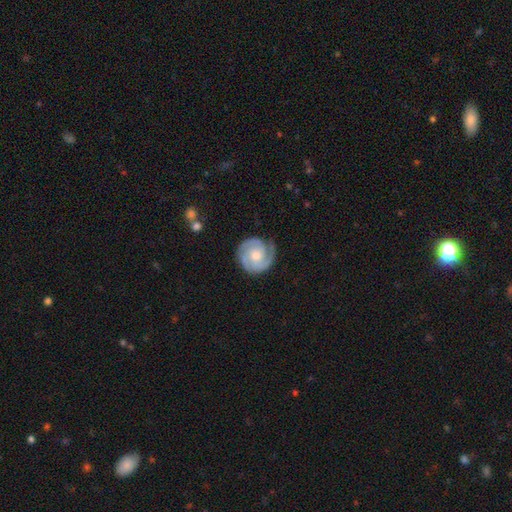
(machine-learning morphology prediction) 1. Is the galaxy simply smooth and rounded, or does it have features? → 85% featured or disk, 11% smooth, 4% star or artifact.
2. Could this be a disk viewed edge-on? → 98% no, 2% yes.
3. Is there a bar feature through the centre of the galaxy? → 68% no, 27% weak, 5% strong.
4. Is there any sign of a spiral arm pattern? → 97% yes, 3% no.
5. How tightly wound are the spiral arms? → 65% tight, 29% medium, 6% loose.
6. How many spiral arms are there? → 52% 2, 25% 3, 10% can't tell, 6% 1, 4% 4, 3% more than 4.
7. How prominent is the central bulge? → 61% moderate, 26% small, 8% large, 3% none, 1% dominant.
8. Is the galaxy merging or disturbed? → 80% none, 15% minor disturbance, 5% major disturbance, 1% merger.